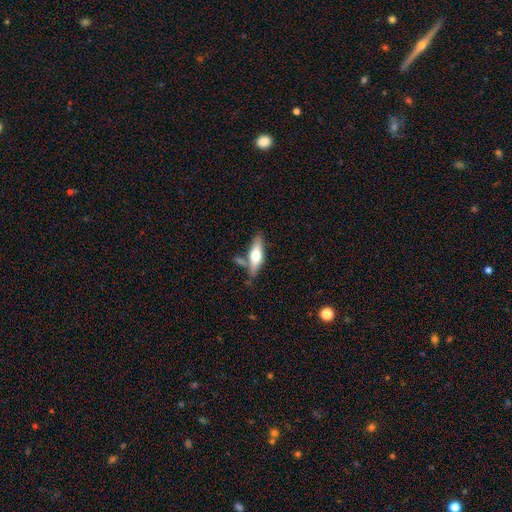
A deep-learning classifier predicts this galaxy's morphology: This is possibly a smooth galaxy (48%). Merging: likely none (65%).